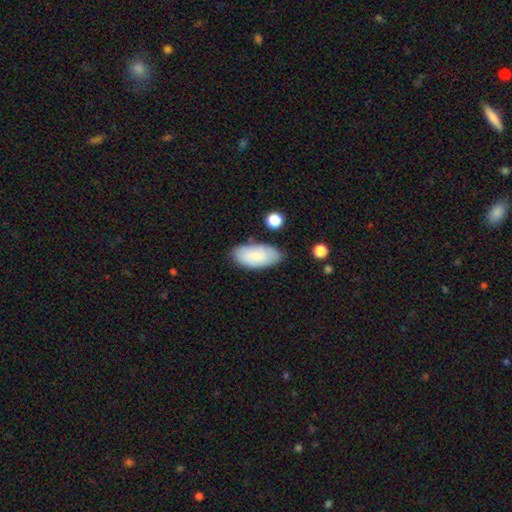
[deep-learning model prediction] Q: Smooth or featured?
A: smooth (78%); runner-up: featured or disk (16%)
Q: How rounded?
A: in between (94%); runner-up: cigar-shaped (4%)
Q: Merging?
A: none (77%); runner-up: minor disturbance (16%)